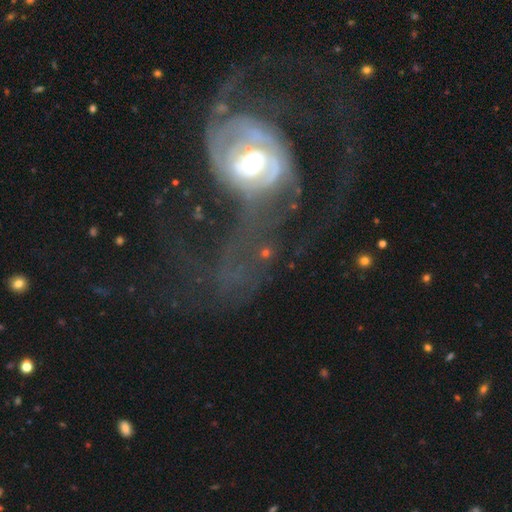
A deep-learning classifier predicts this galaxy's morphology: Q: Smooth or featured?
A: featured or disk (68%); runner-up: smooth (20%)
Q: Edge-on disk?
A: no (95%); runner-up: yes (5%)
Q: Bar?
A: no (62%); runner-up: weak (24%)
Q: Spiral arms?
A: yes (53%); runner-up: no (47%)
Q: Bulge size?
A: moderate (64%); runner-up: large (19%)
Q: Merging?
A: major disturbance (64%); runner-up: none (21%)